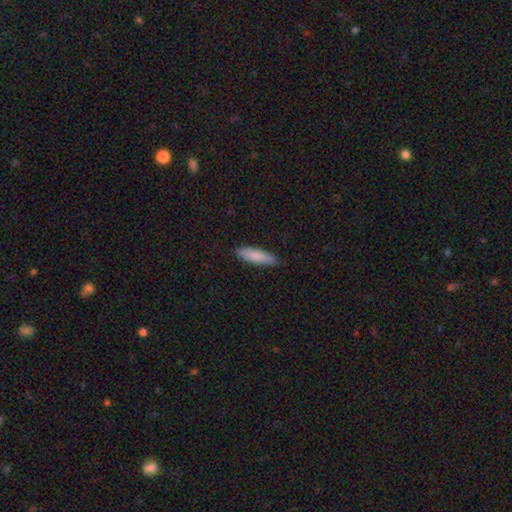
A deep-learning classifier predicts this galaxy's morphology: smooth-or-featured: smooth: 84% | featured or disk: 10% | star or artifact: 6%
  how-rounded: cigar-shaped: 67% | in between: 32% | round: 1%
  merging: none: 87% | minor disturbance: 10% | major disturbance: 2% | merger: 1%